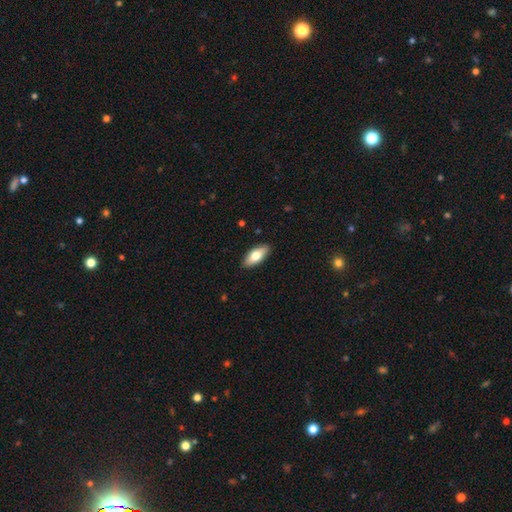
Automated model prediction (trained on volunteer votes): This is likely a smooth galaxy (71%). How rounded: clearly in between (84%). Merging: clearly none (89%).